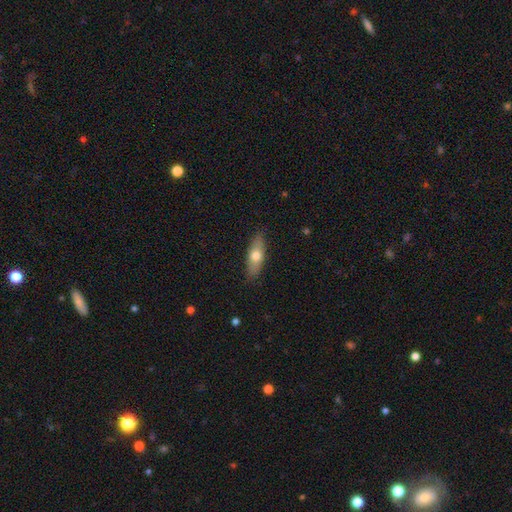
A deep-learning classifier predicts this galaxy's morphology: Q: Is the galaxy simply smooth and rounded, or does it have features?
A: smooth — 65%.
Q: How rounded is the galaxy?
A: in between — 60%.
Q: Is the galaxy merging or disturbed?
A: none — 86%.